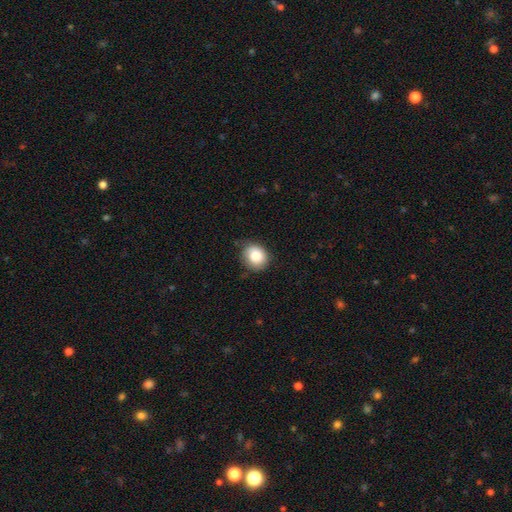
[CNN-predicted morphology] This appears to be a smooth galaxy with no disk features (85%) that is round (71%). Merging: none (73%).